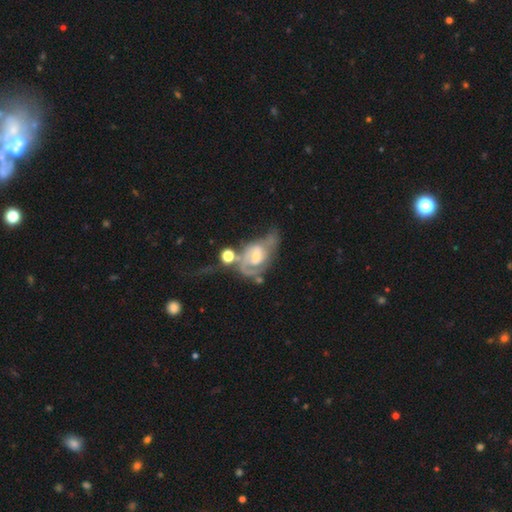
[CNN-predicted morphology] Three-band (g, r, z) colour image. It shows a featured or disk galaxy (81%) with a weak bar (46%), 2 (57%) tight (43%) spiral arms (90%) and a small central bulge (45%, tied with moderate). Merging: major disturbance (30%).